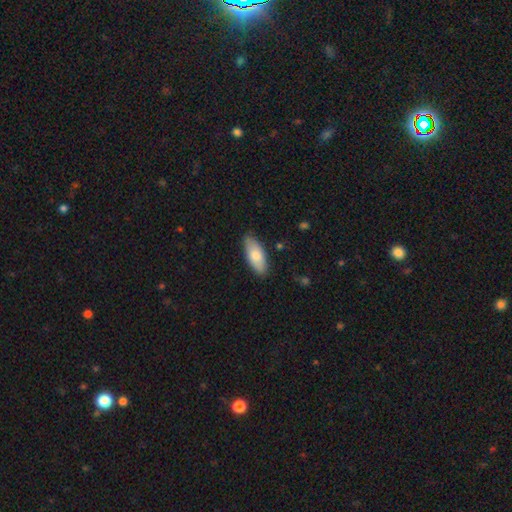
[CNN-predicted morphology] type=smooth (78%); roundness=in between (82%); merging=none (83%).